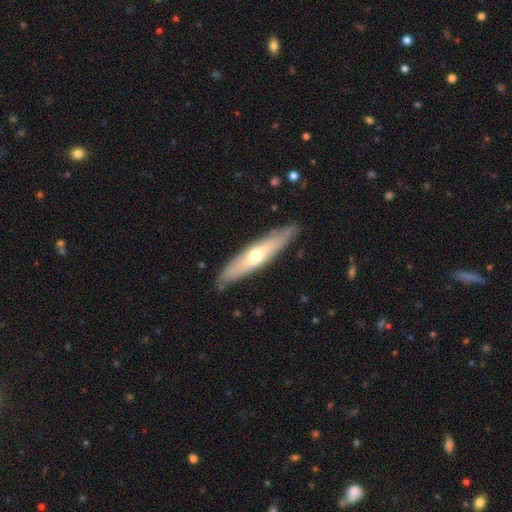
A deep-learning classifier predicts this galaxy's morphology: This is possibly a featured or disk galaxy (49%). Merging: clearly none (85%).